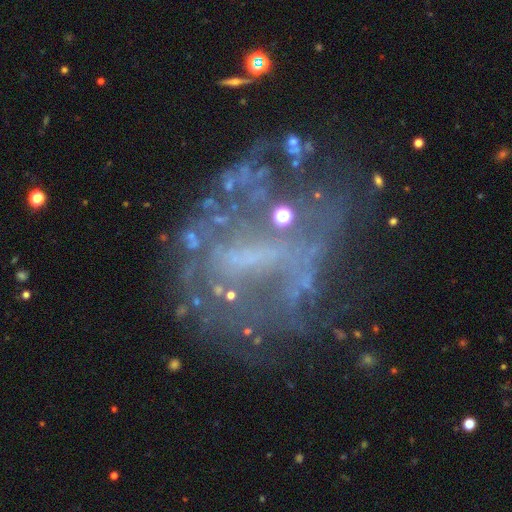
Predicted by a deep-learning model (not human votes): A featured or disk galaxy (69%) with no bar (43%), no spiral arms (69%) and no central bulge (54%).

Vote fractions:
- Smooth or featured? featured or disk: 69% / star or artifact: 19% / smooth: 12%
- Edge-on disk? no: 96% / yes: 4%
- Bar? no: 43% / weak: 34% / strong: 23%
- Spiral arms? no: 69% / yes: 31%
- Bulge size? none: 54% / small: 30% / moderate: 13% / large: 2% / dominant: 1%
- Merging? none: 49% / major disturbance: 28% / minor disturbance: 17% / merger: 5%